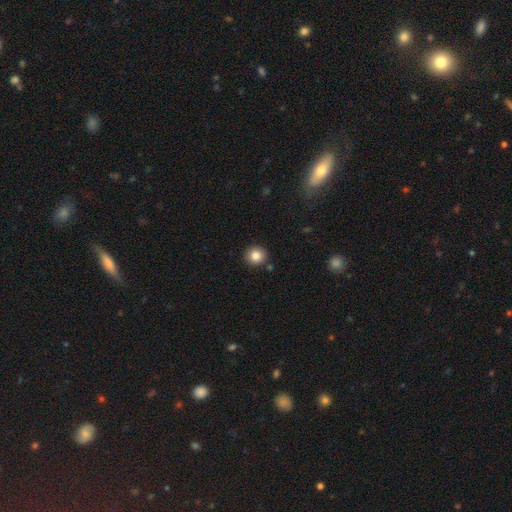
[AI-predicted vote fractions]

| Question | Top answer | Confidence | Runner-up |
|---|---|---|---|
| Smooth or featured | smooth | 84% | star or artifact (10%) |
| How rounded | round | 92% | in between (7%) |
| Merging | none | 88% | minor disturbance (7%) |